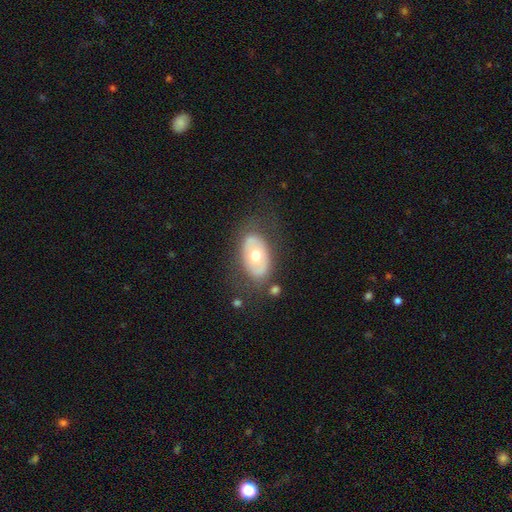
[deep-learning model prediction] This appears to be a smooth galaxy with no disk features (48%). Merging: none (75%).